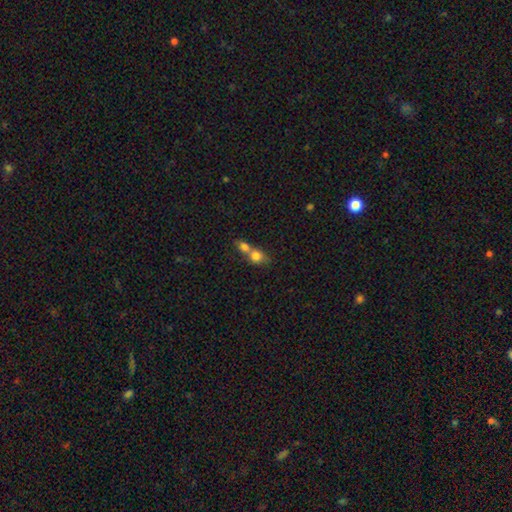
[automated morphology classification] type=smooth (77%); roundness=round (54%); merging=merger (73%).